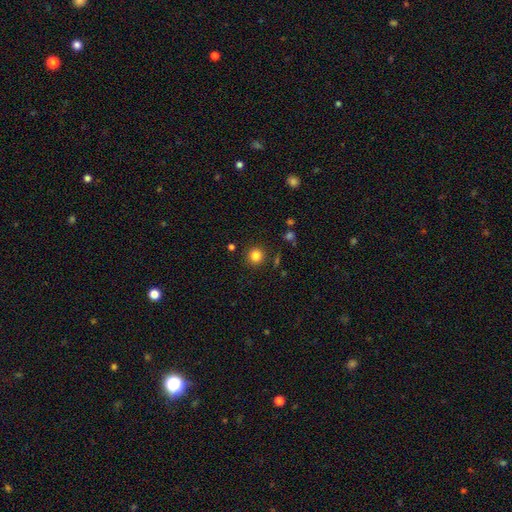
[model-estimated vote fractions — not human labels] Smooth or featured? smooth (83%)
How rounded? round (92%)
Merging? none (89%)